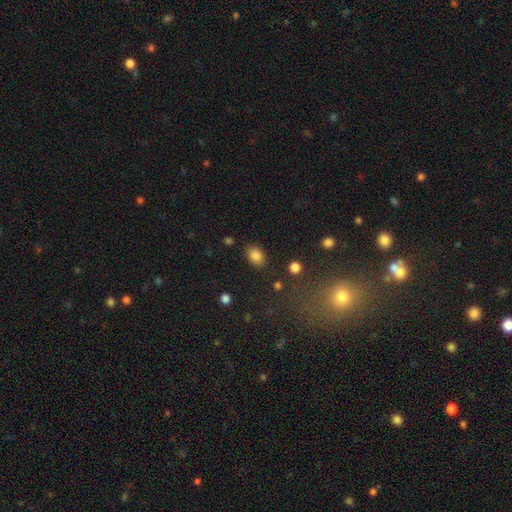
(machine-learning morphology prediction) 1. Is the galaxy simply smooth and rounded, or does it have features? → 84% smooth, 10% star or artifact, 6% featured or disk.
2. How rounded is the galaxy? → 76% in between, 23% round, 1% cigar-shaped.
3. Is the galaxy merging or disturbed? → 83% none, 11% minor disturbance, 3% major disturbance, 2% merger.